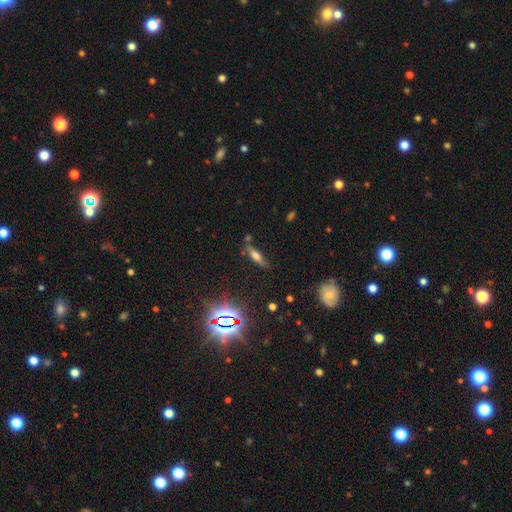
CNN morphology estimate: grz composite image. It shows a smooth galaxy with no disk features (50%). Merging: none (71%).